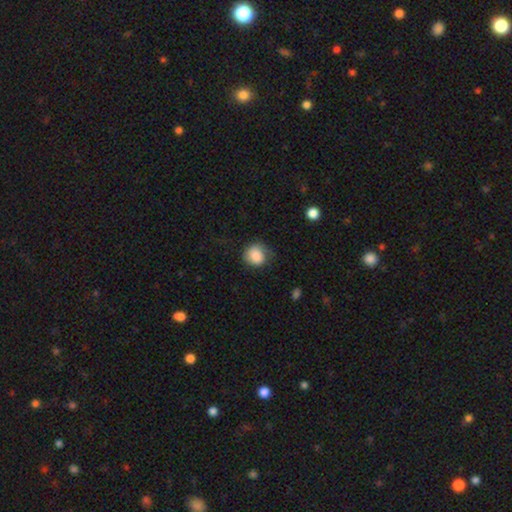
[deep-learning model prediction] Smooth or featured? smooth (86%)
How rounded? round (79%)
Merging? none (64%)